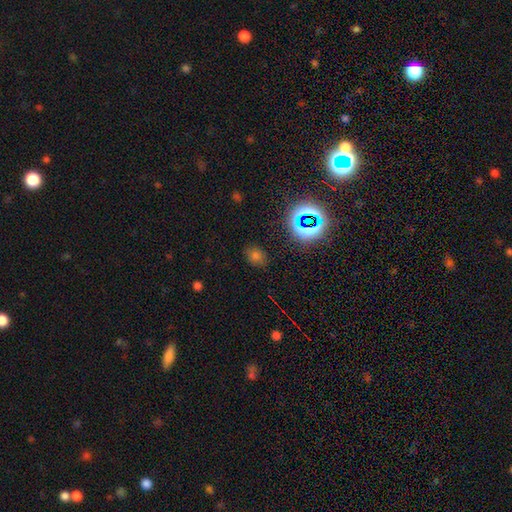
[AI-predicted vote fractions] This appears to be a smooth galaxy with no disk features (51%) that is round (59%). Merging: none (83%).